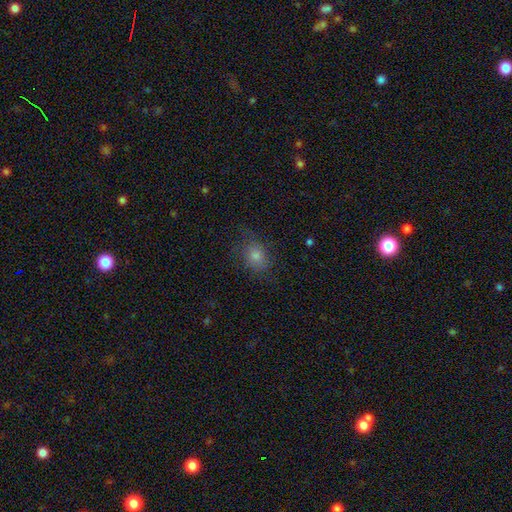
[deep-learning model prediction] Smooth or featured? Predicted: smooth (p=0.71). How rounded? Predicted: round (p=0.54). Merging? Predicted: none (p=0.72).